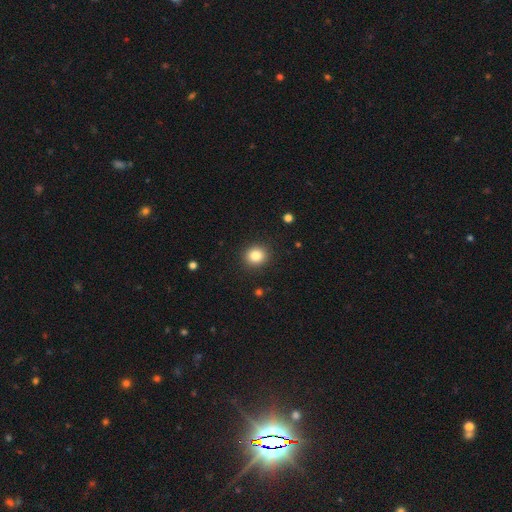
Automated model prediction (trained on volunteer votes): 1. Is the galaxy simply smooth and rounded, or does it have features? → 83% smooth, 11% star or artifact, 6% featured or disk.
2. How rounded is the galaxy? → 86% round, 13% in between, 1% cigar-shaped.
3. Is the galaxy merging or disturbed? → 91% none, 6% minor disturbance, 2% major disturbance, 1% merger.